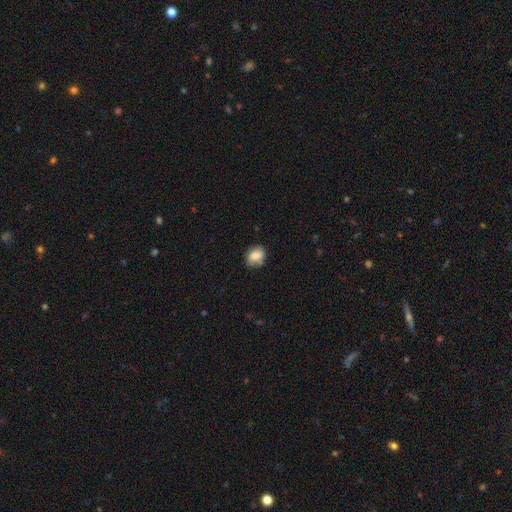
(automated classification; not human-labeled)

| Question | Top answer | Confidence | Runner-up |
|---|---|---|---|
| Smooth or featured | smooth | 80% | featured or disk (12%) |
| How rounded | in between | 61% | round (37%) |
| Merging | none | 66% | minor disturbance (24%) |